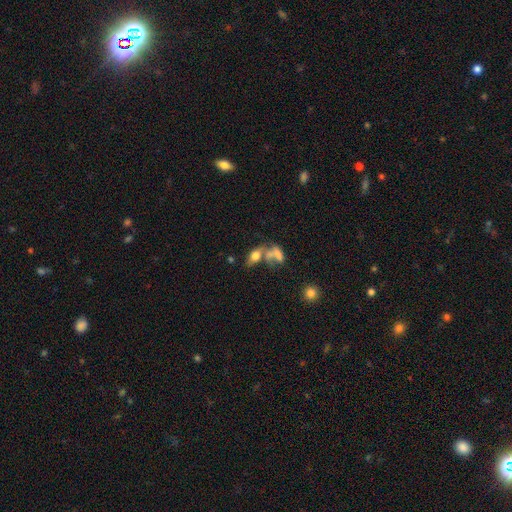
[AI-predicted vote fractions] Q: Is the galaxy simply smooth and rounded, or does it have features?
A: smooth — 65%.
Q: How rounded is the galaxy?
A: in between — 81%.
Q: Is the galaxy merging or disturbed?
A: merger — 48%.